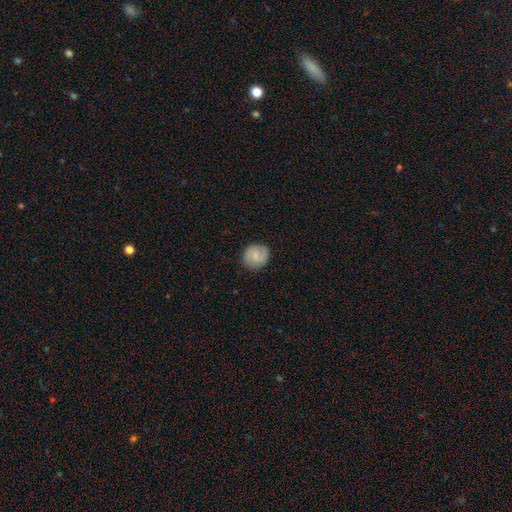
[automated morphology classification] This is likely a smooth galaxy (61%). How rounded: clearly round (82%). Merging: clearly none (87%).